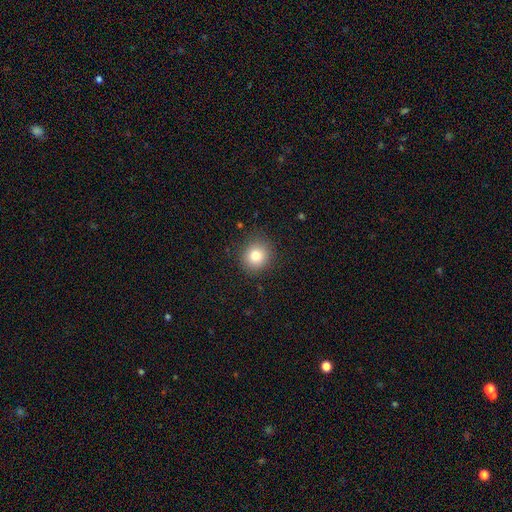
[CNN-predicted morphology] Smooth or featured?
  - smooth: 81% *
  - star or artifact: 11%
  - featured or disk: 8%
How rounded?
  - round: 86% *
  - in between: 13%
  - cigar-shaped: 1%
Merging?
  - none: 88% *
  - minor disturbance: 8%
  - major disturbance: 3%
  - merger: 1%